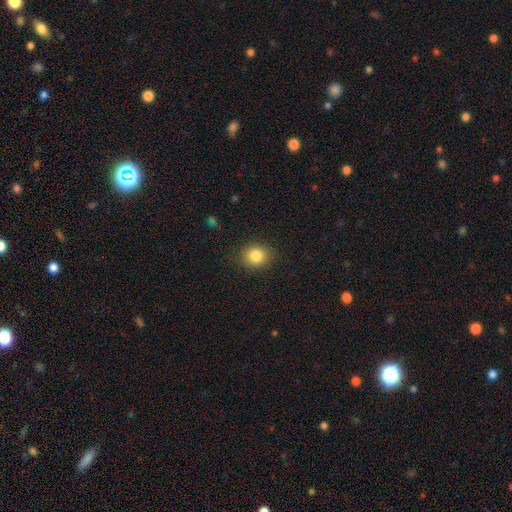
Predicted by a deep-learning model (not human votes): Smooth or featured? smooth (84%)
How rounded? round (78%)
Merging? none (87%)